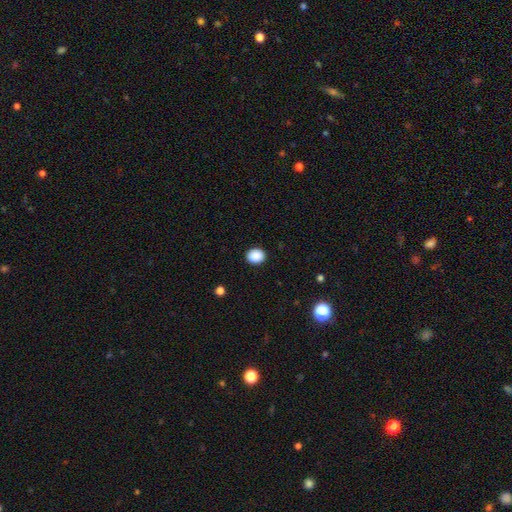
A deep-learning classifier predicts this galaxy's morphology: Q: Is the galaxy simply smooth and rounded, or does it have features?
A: smooth — 89%.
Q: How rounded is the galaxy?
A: round — 59%.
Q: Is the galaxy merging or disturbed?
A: none — 91%.